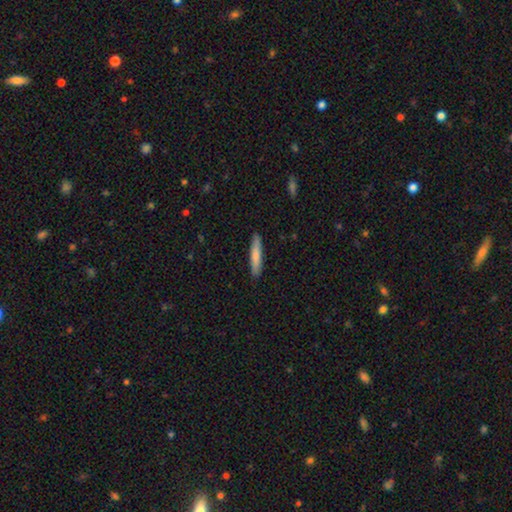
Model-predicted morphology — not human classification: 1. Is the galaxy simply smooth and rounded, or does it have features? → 76% smooth, 19% featured or disk, 6% star or artifact.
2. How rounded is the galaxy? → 90% cigar-shaped, 9% in between, 1% round.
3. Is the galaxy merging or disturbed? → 89% none, 9% minor disturbance, 2% major disturbance, 1% merger.